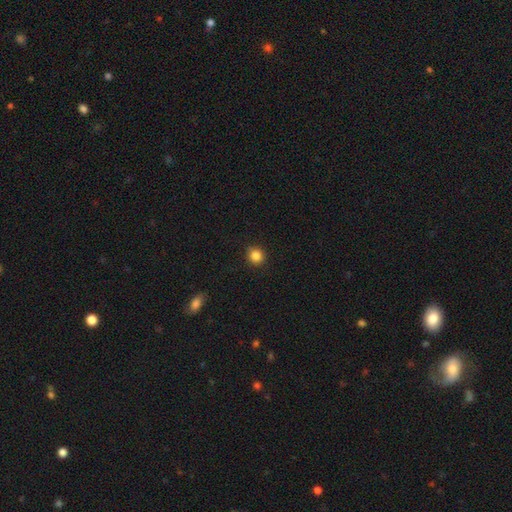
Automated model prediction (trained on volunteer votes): Smooth or featured? smooth (85%)
How rounded? round (89%)
Merging? none (91%)